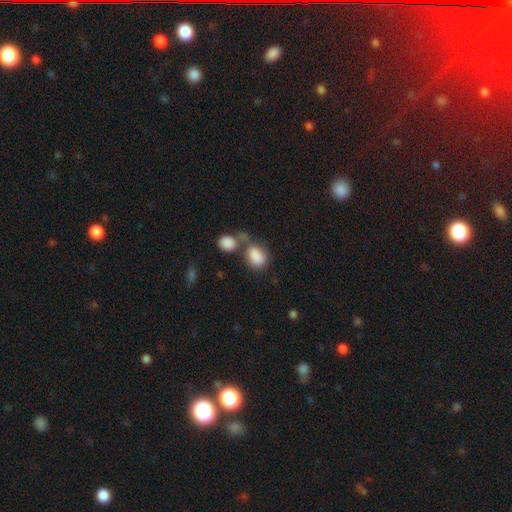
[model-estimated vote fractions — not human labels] A smooth galaxy with no disk features (86%) that is in between round and cigar-shaped (77%). Merging: merger (47%).